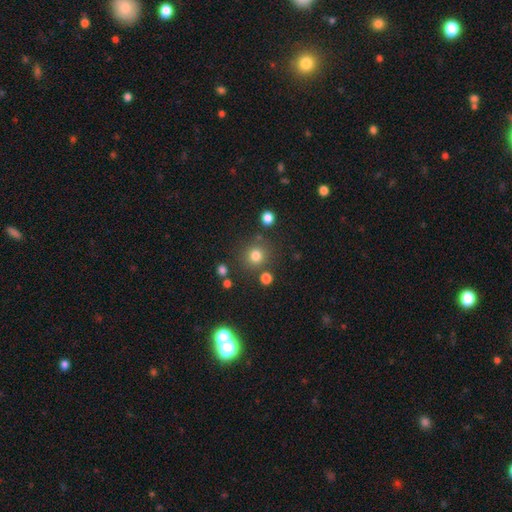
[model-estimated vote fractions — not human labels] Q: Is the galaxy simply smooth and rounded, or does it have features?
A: smooth — 79%.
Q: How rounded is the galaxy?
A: round — 92%.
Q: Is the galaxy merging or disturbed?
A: none — 81%.